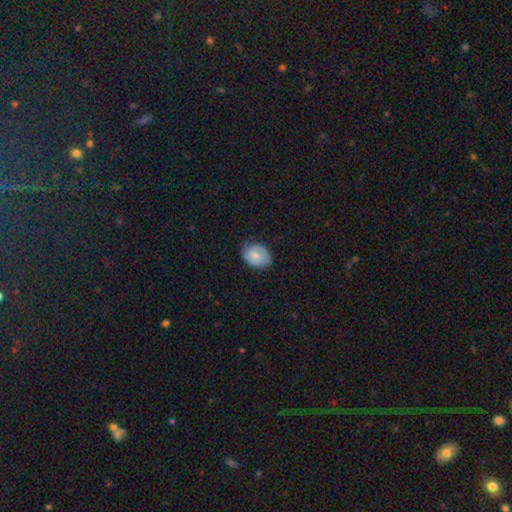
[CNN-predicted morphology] Smooth or featured: smooth — 67% (featured or disk — 26%)
How rounded: in between — 66% (round — 33%)
Merging: none — 70% (minor disturbance — 24%)